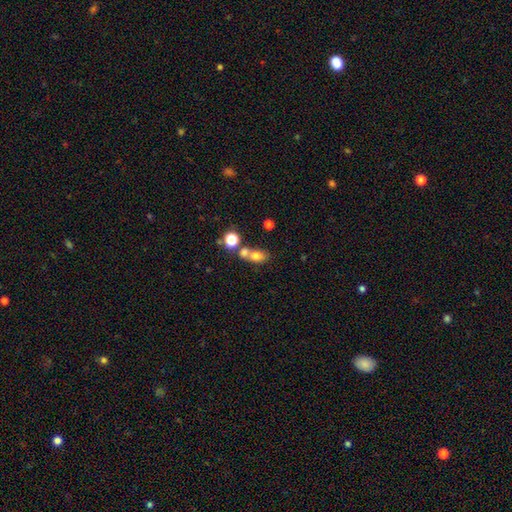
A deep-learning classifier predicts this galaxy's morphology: This is likely a smooth galaxy (72%). How rounded: likely in between (68%). Merging: marginally merger (42%, tied with none).